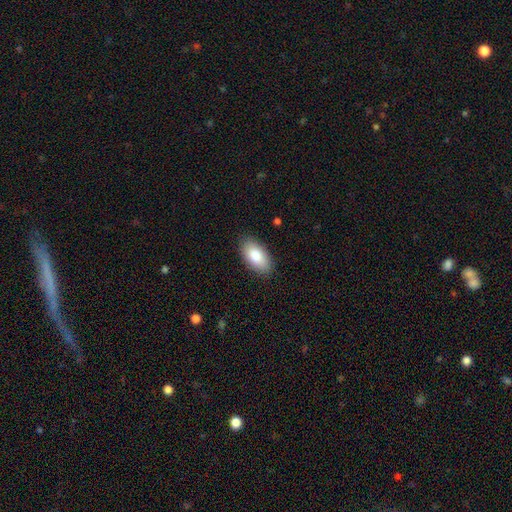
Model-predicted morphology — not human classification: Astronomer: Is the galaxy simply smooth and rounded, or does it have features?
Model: smooth — 86%.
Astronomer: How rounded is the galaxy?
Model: in between — 95%.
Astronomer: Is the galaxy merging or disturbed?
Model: none — 86%.